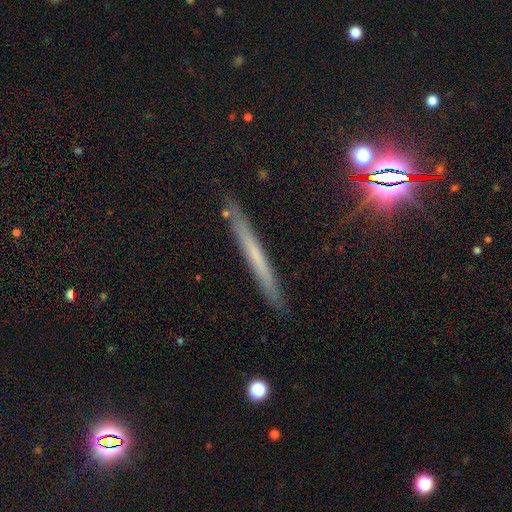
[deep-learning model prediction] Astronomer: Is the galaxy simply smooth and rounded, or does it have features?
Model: featured or disk — 44% (runner-up: smooth, 43%).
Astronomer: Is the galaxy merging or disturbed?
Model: none — 89%.